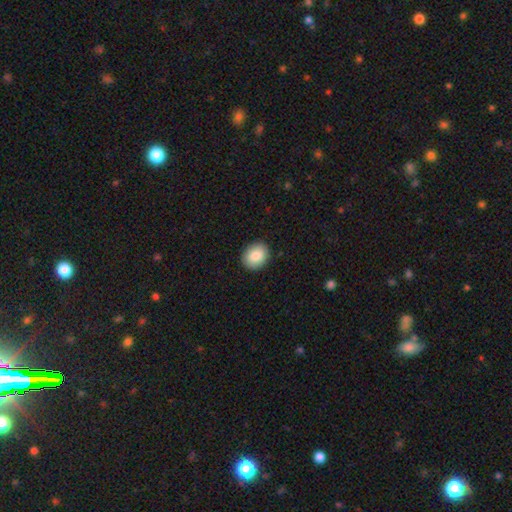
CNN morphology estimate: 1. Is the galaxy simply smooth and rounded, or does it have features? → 86% smooth, 7% star or artifact, 7% featured or disk.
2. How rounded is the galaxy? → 51% round, 48% in between, 1% cigar-shaped.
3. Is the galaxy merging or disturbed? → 90% none, 7% minor disturbance, 2% major disturbance, 1% merger.